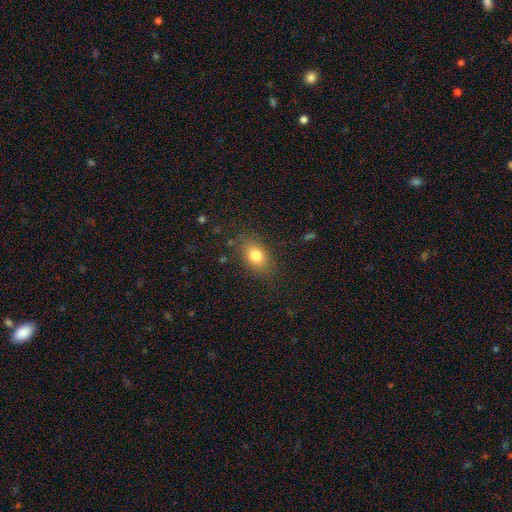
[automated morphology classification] The model was most divided on "how rounded": in between: 81%, round: 17%, cigar-shaped: 3%. More confident: merging — none (82%); smooth or featured — smooth (79%).